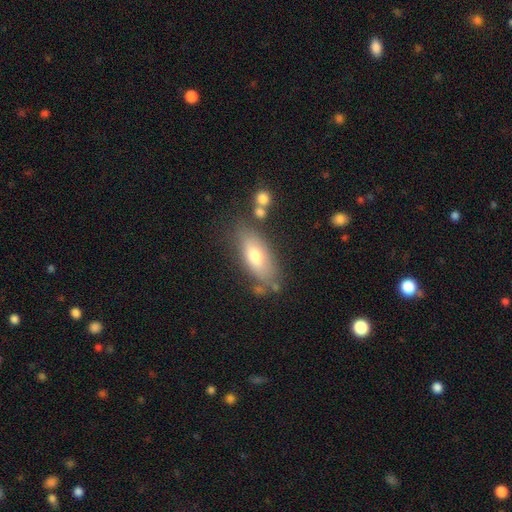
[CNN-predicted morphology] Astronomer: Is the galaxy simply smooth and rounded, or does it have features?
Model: smooth — 67%.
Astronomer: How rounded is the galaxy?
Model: in between — 77%.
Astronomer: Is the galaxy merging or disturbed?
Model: none — 72%.